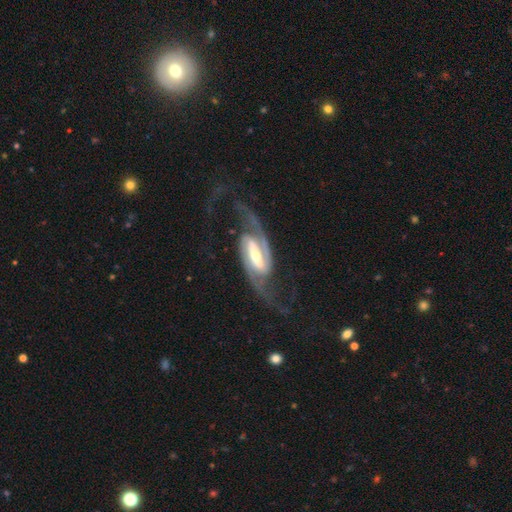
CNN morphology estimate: A featured or disk galaxy (92%) with a strong bar (69%), 2 (94%) medium (43%) spiral arms (97%) and a moderate central bulge (50%).

Vote fractions:
- Smooth or featured? featured or disk: 92% / smooth: 5% / star or artifact: 4%
- Edge-on disk? no: 95% / yes: 5%
- Bar? strong: 69% / weak: 24% / no: 8%
- Spiral arms? yes: 97% / no: 3%
- Spiral winding? medium: 43% / loose: 42% / tight: 15%
- Spiral arm count? 2: 94% / can't tell: 2% / 1: 2% / 3: 1% / 4: 1% / more than 4: 1%
- Bulge size? moderate: 50% / small: 33% / large: 11% / none: 3% / dominant: 2%
- Merging? none: 66% / major disturbance: 19% / minor disturbance: 13% / merger: 2%